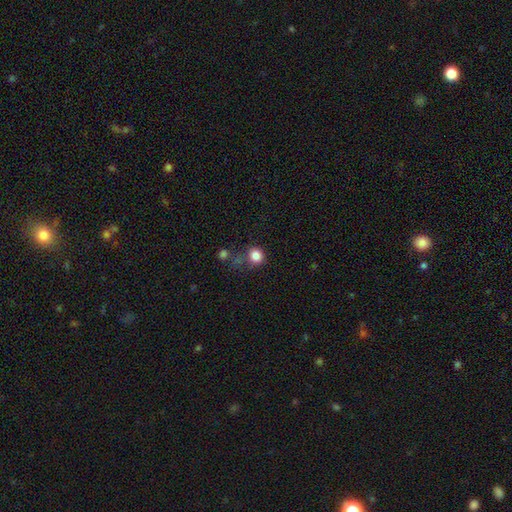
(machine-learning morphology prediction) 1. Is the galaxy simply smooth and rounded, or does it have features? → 84% smooth, 11% star or artifact, 5% featured or disk.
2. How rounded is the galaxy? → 88% round, 11% in between, 1% cigar-shaped.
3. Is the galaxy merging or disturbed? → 69% none, 15% minor disturbance, 9% merger, 6% major disturbance.